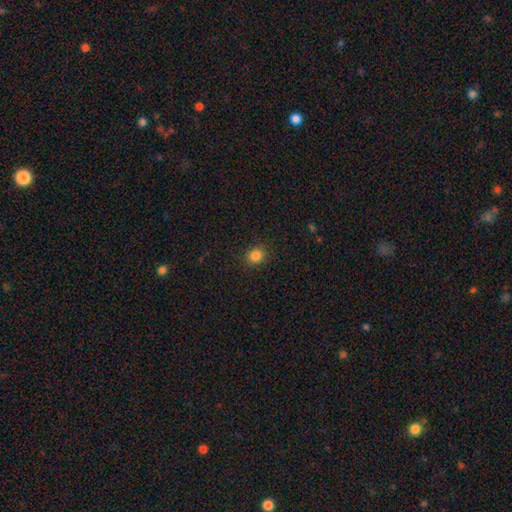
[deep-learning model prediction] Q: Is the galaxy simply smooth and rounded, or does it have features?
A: smooth — 84%.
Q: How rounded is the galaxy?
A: round — 75%.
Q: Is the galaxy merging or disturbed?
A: none — 90%.